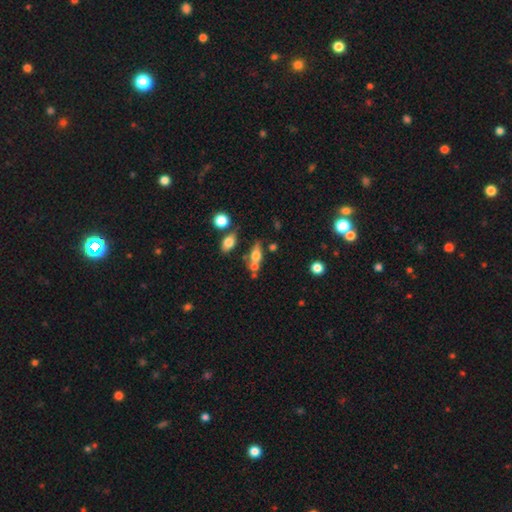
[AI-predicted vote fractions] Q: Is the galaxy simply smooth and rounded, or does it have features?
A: smooth — 62%.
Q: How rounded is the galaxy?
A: in between — 67%.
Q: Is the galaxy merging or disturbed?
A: none — 42%.